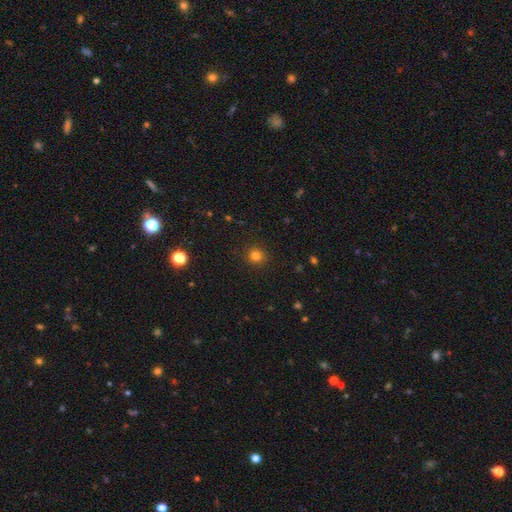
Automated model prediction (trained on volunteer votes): A smooth galaxy with no disk features (80%) that is round (91%).

Vote fractions:
- Smooth or featured? smooth: 80% / star or artifact: 15% / featured or disk: 5%
- How rounded? round: 91% / in between: 8% / cigar-shaped: 1%
- Merging? none: 90% / minor disturbance: 6% / major disturbance: 2% / merger: 1%